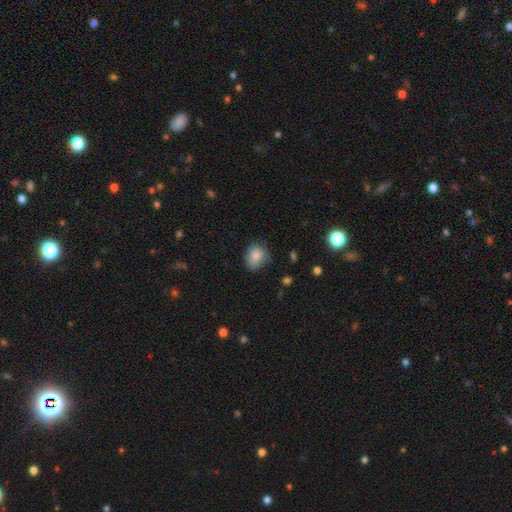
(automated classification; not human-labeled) Morphology: type=smooth (84%); roundness=round (55%); merging=none (66%).